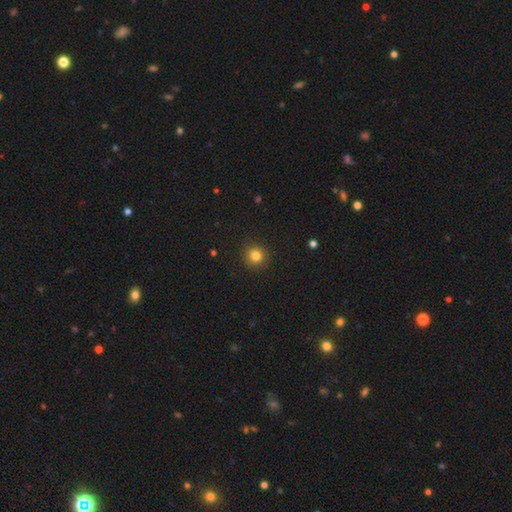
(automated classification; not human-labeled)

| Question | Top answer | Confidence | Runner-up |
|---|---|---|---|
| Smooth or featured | smooth | 82% | star or artifact (12%) |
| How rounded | round | 92% | in between (7%) |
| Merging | none | 91% | minor disturbance (6%) |